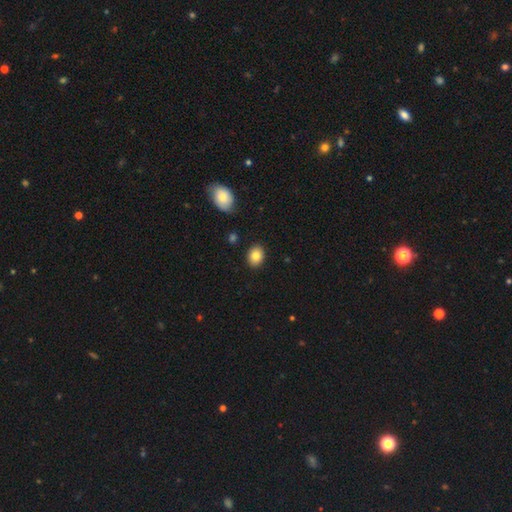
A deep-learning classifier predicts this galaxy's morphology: This is clearly a smooth galaxy (84%). How rounded: likely in between (62%). Merging: clearly none (88%).